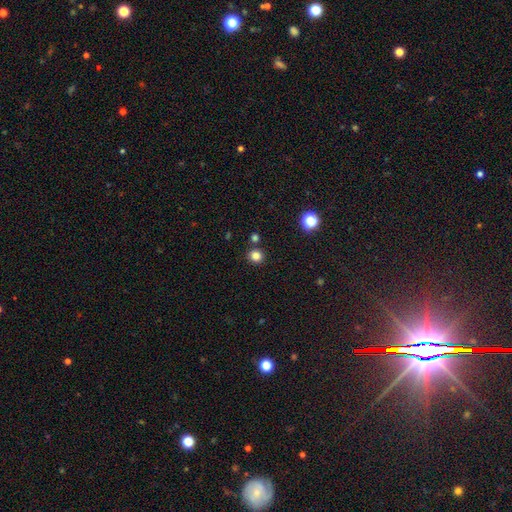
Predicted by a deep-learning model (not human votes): Smooth or featured? smooth (82%)
How rounded? round (87%)
Merging? none (83%)